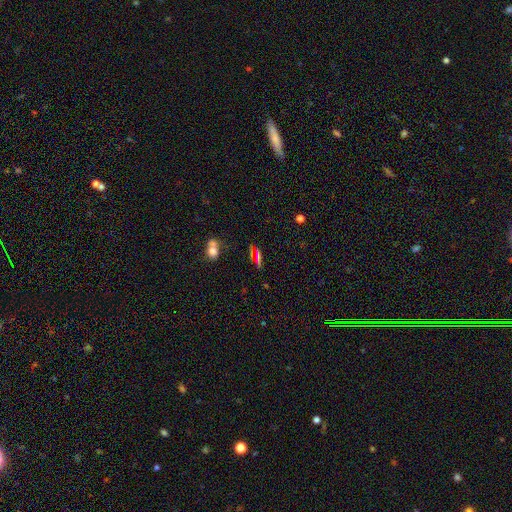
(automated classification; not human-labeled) Smooth or featured?
  - smooth: 44% *
  - featured or disk: 32%
  - star or artifact: 24%
Merging?
  - none: 63% *
  - minor disturbance: 16%
  - merger: 12%
  - major disturbance: 9%